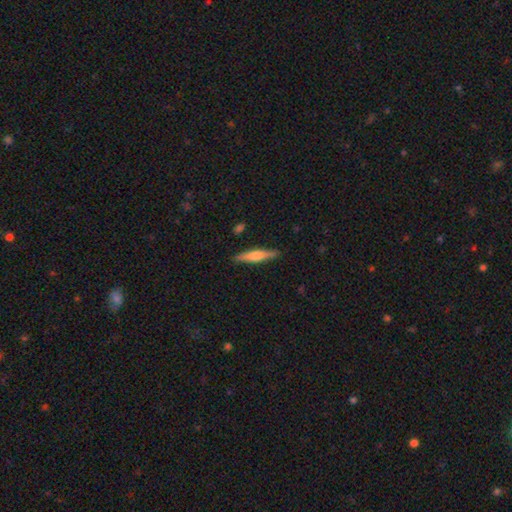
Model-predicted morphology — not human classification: smooth-or-featured: smooth: 53% | featured or disk: 41% | star or artifact: 6%
  how-rounded: cigar-shaped: 88% | in between: 10% | round: 2%
  merging: none: 88% | minor disturbance: 9% | major disturbance: 2% | merger: 1%